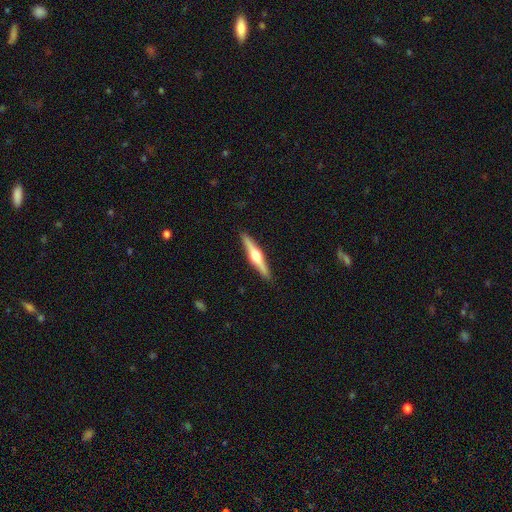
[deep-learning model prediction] smooth-or-featured: featured or disk: 73% | smooth: 22% | star or artifact: 5%
  disk-edge-on: yes: 98% | no: 2%
    edge-on-bulge: rounded: 94% | boxy: 4% | none: 2%
  merging: none: 91% | minor disturbance: 6% | major disturbance: 1% | merger: 1%